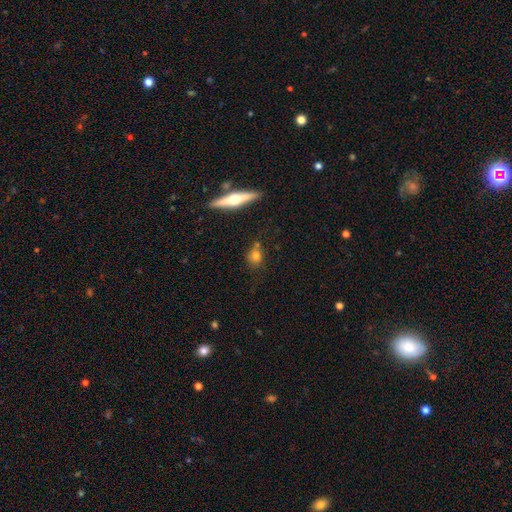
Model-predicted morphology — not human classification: This appears to be a smooth galaxy with no disk features (69%) that is round (56%). Merging: none (66%).